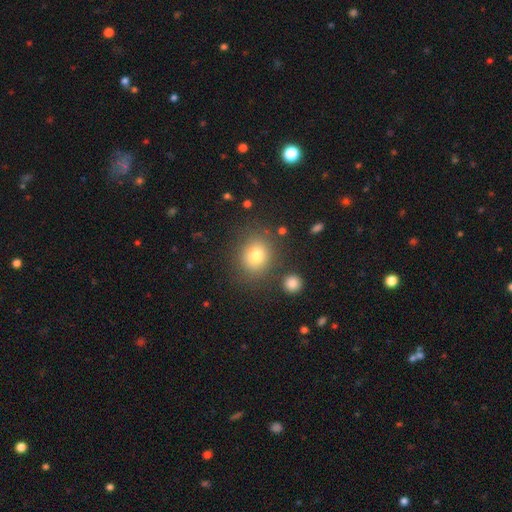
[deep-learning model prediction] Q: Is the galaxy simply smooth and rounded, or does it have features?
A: smooth — 76%.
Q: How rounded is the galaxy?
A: round — 78%.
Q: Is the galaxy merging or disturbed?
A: none — 80%.